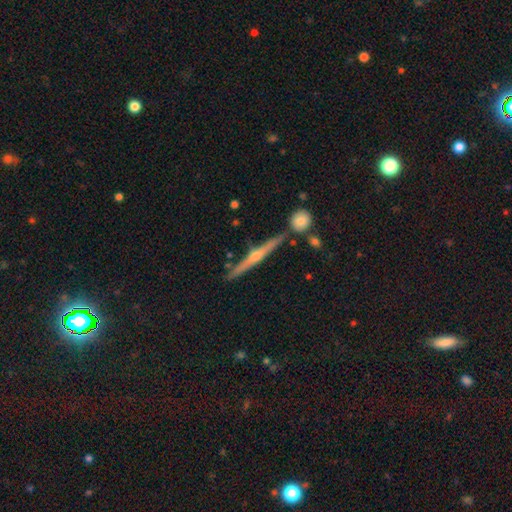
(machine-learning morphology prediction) A featured or disk galaxy (76%) viewed edge-on (98%) with a rounded central bulge (87%).

Vote fractions:
- Smooth or featured? featured or disk: 76% / smooth: 18% / star or artifact: 6%
- Edge-on disk? yes: 98% / no: 2%
- Edge-on bulge? rounded: 87% / none: 10% / boxy: 4%
- Merging? none: 85% / minor disturbance: 9% / merger: 5% / major disturbance: 2%